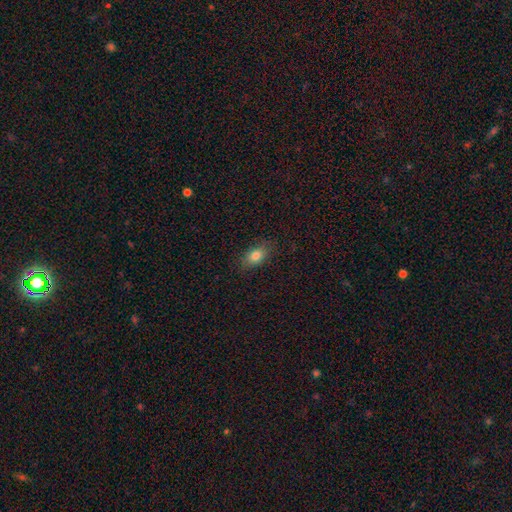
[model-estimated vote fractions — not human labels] Smooth or featured? Predicted: smooth (p=0.81). How rounded? Predicted: in between (p=0.83). Merging? Predicted: none (p=0.83).